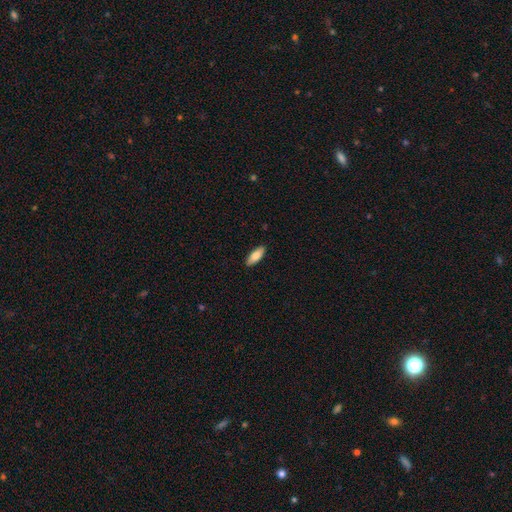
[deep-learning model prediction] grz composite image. It shows a smooth galaxy with no disk features (83%) that is in between round and cigar-shaped (71%). Merging: none (90%).